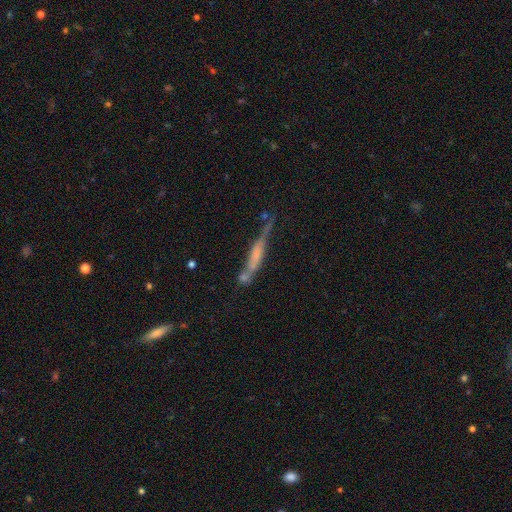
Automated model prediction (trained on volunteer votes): Smooth or featured?
  - featured or disk: 55% *
  - smooth: 35%
  - star or artifact: 10%
Edge-on disk?
  - yes: 83% *
  - no: 17%
Merging?
  - none: 45% *
  - minor disturbance: 21%
  - merger: 21%
  - major disturbance: 12%